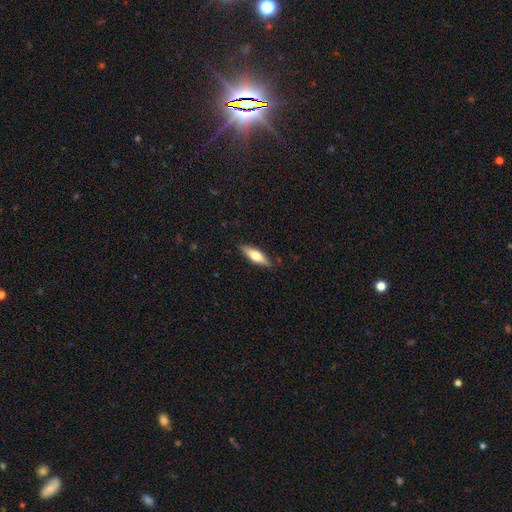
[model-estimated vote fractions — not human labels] Smooth or featured? smooth (62%)
How rounded? in between (49%)
Merging? none (85%)